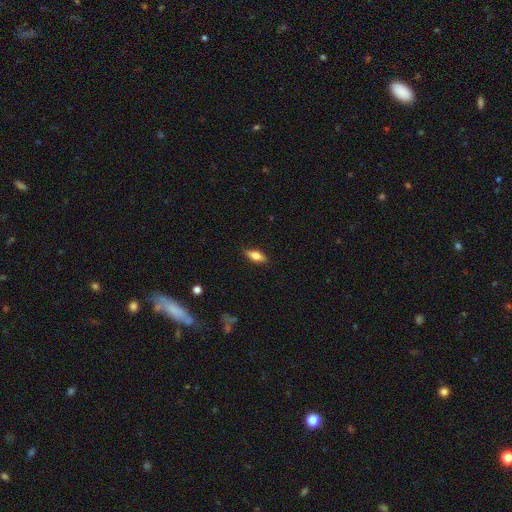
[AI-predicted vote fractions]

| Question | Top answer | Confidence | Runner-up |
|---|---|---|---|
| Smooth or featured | smooth | 68% | featured or disk (25%) |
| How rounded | in between | 75% | cigar-shaped (22%) |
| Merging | none | 86% | minor disturbance (10%) |